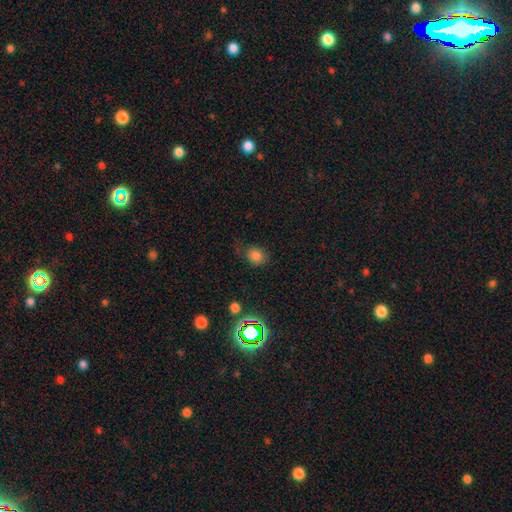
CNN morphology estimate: This appears to be a smooth galaxy with no disk features (77%) that is round (58%). Merging: none (68%).